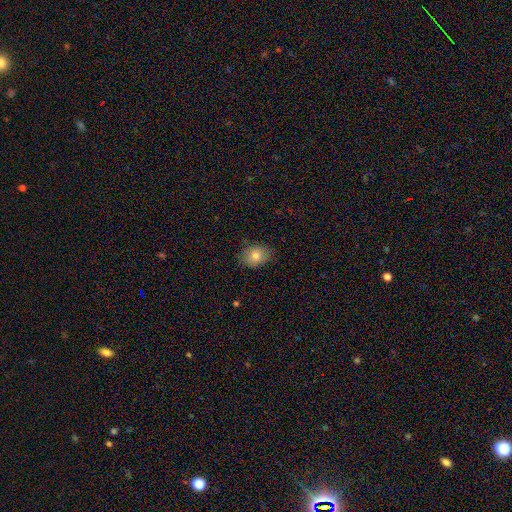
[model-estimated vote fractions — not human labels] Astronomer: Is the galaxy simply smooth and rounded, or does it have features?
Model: smooth — 79%.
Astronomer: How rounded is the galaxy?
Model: in between — 63%.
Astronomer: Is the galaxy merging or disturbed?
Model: none — 81%.